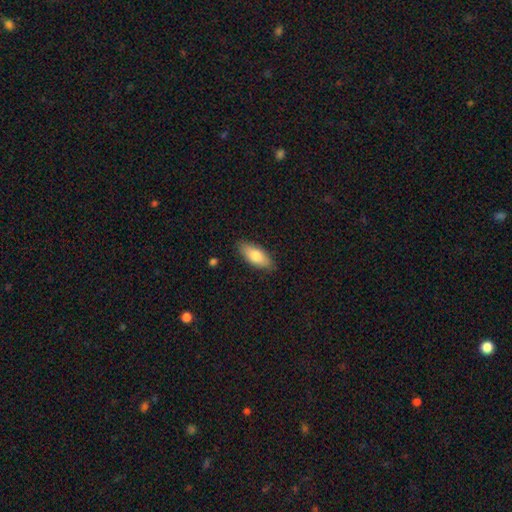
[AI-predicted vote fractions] This appears to be a smooth galaxy with no disk features (79%) that is in between round and cigar-shaped (82%). Merging: none (85%).